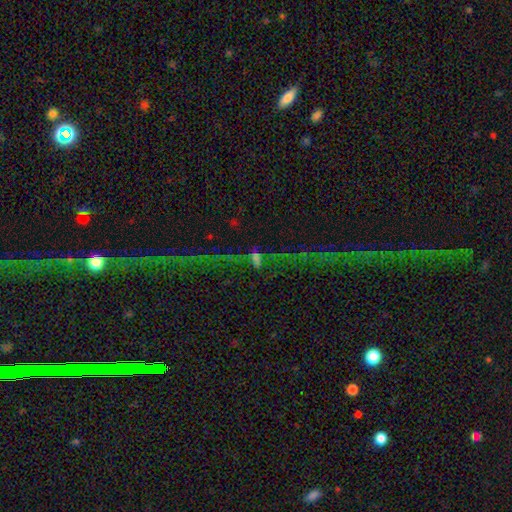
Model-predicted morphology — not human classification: Q: Smooth or featured?
A: star or artifact (52%); runner-up: smooth (25%)